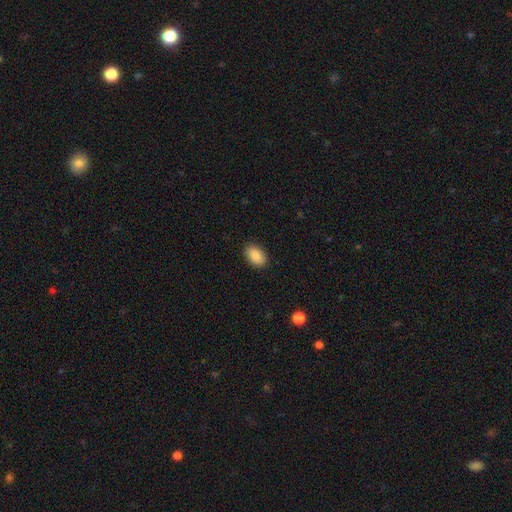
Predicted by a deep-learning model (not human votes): This appears to be a smooth galaxy with no disk features (88%) that is in between round and cigar-shaped (89%). Merging: none (88%).